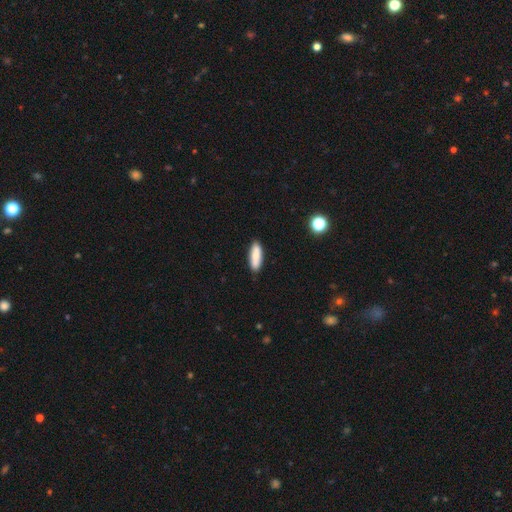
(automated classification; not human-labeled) A smooth galaxy with no disk features (83%) that is in between round and cigar-shaped (51%).

Vote fractions:
- Smooth or featured? smooth: 83% / featured or disk: 10% / star or artifact: 6%
- How rounded? in between: 51% / cigar-shaped: 47% / round: 2%
- Merging? none: 86% / minor disturbance: 10% / major disturbance: 2% / merger: 1%